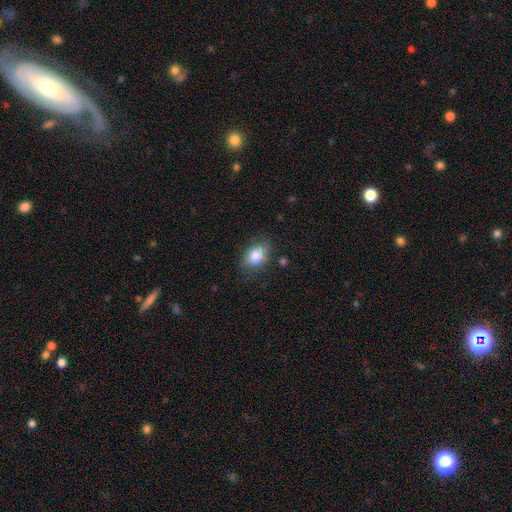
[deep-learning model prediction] Smooth or featured? Predicted: smooth (p=0.82). How rounded? Predicted: in between (p=0.74). Merging? Predicted: none (p=0.76).